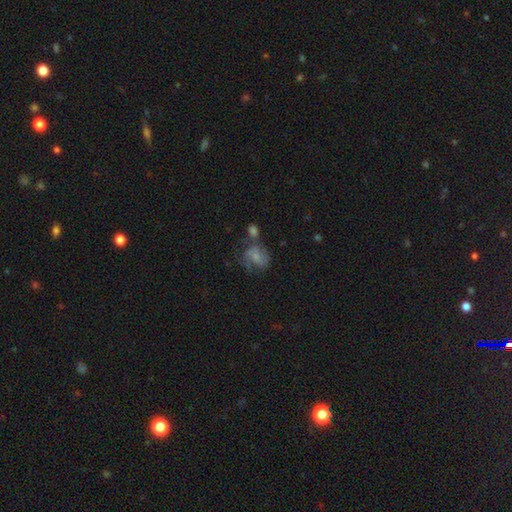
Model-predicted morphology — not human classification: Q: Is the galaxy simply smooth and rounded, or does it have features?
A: smooth — 46%.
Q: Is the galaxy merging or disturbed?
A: none — 34%.